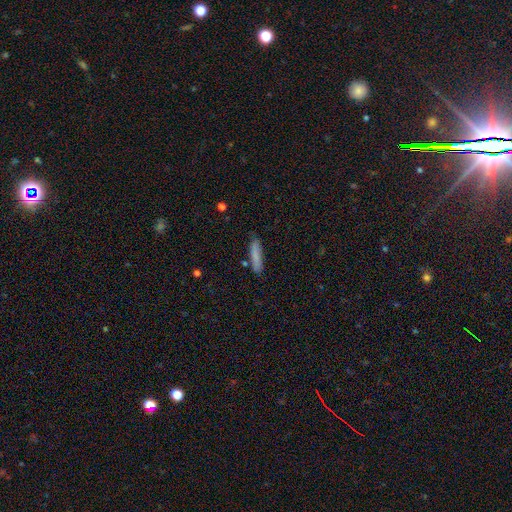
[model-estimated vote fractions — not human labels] smooth 82%, featured or disk 11%, star or artifact 7%. Down the decision tree: how rounded — cigar-shaped (84%); merging — none (81%).